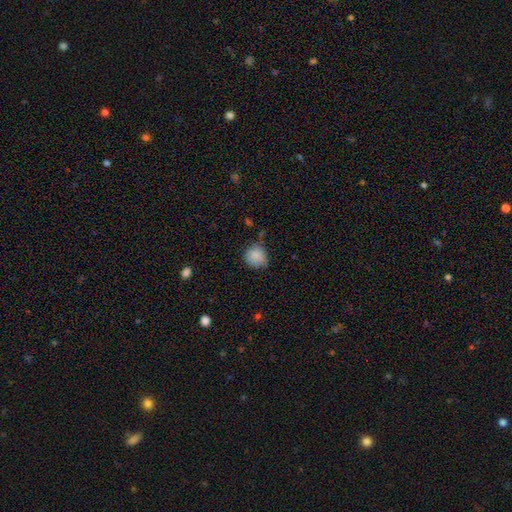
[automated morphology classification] A smooth galaxy with no disk features (84%) that is round (82%).

Vote fractions:
- Smooth or featured? smooth: 84% / star or artifact: 9% / featured or disk: 6%
- How rounded? round: 82% / in between: 17% / cigar-shaped: 1%
- Merging? none: 59% / minor disturbance: 32% / major disturbance: 6% / merger: 4%